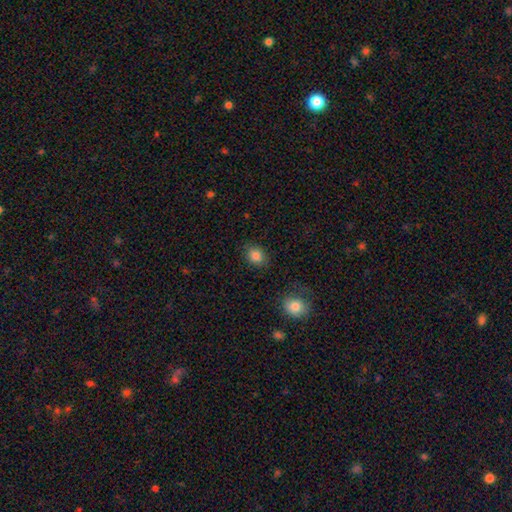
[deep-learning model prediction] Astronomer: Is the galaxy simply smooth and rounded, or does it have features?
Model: smooth — 85%.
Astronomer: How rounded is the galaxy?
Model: in between — 50% (runner-up: round, 49%).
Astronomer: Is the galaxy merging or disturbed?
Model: none — 84%.